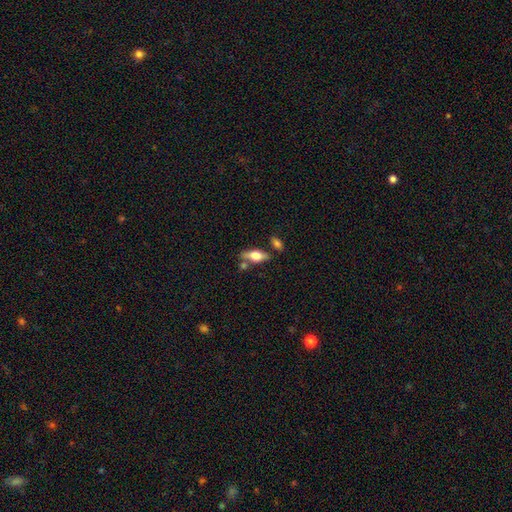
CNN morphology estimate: The model was most divided on "smooth or featured": smooth: 51%, featured or disk: 42%, star or artifact: 7%. More confident: how rounded — in between (69%); merging — none (68%).